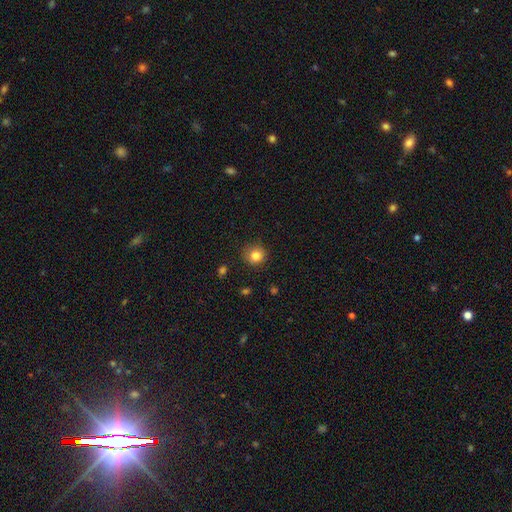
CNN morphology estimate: A smooth galaxy with no disk features (83%) that is round (91%).

Vote fractions:
- Smooth or featured? smooth: 83% / star or artifact: 11% / featured or disk: 6%
- How rounded? round: 91% / in between: 8% / cigar-shaped: 1%
- Merging? none: 85% / minor disturbance: 11% / major disturbance: 3% / merger: 1%